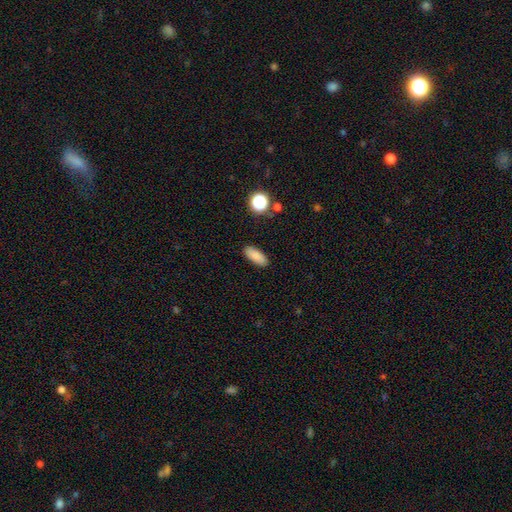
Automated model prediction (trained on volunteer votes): smooth 86%, star or artifact 9%, featured or disk 6%. Down the decision tree: how rounded — in between (77%); merging — none (89%).